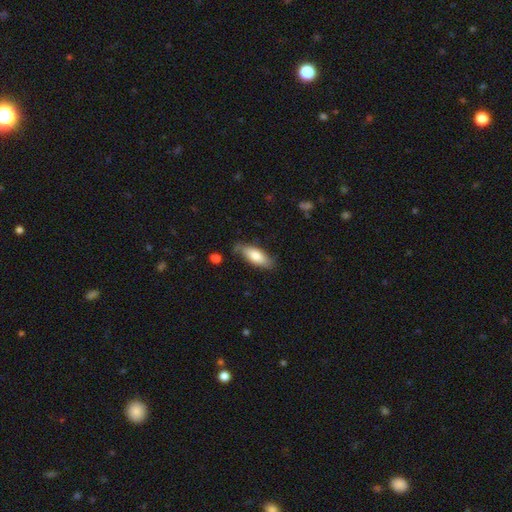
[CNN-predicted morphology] Overall: smooth (76%). How rounded: in between (75%). Merging: none (73%).